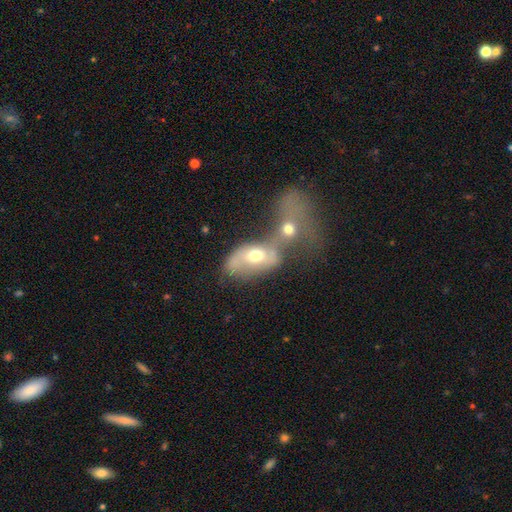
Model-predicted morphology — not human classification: This is possibly a smooth galaxy (55%). How rounded: likely in between (79%). Merging: likely merger (72%).